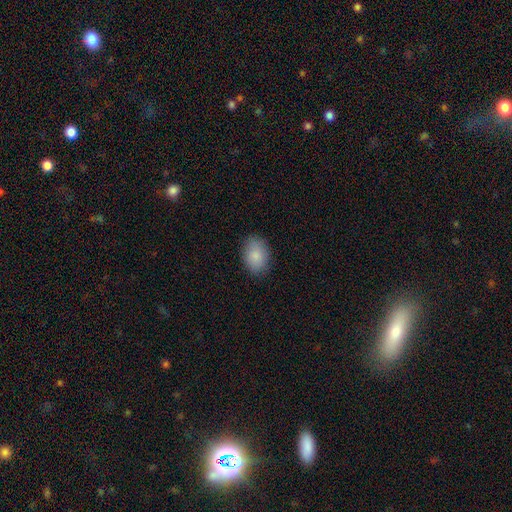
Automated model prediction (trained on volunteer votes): smooth_or_featured: smooth (p=0.87) [alt: star or artifact p=0.07]
how_rounded: in between (p=0.86) [alt: round p=0.13]
merging: none (p=0.85) [alt: minor disturbance p=0.12]